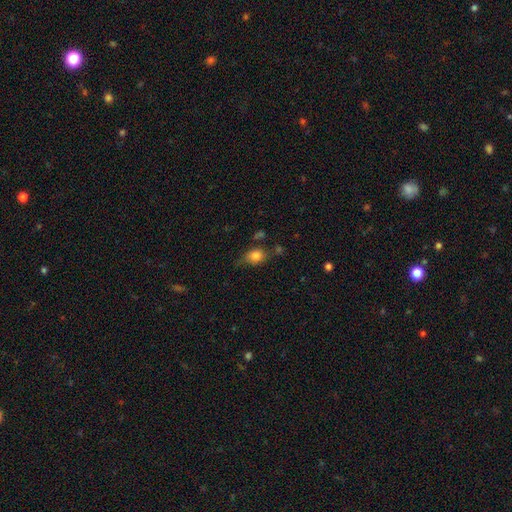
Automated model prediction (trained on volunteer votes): A smooth galaxy with no disk features (79%) that is in between round and cigar-shaped (61%).

Vote fractions:
- Smooth or featured? smooth: 79% / featured or disk: 11% / star or artifact: 10%
- How rounded? in between: 61% / round: 37% / cigar-shaped: 2%
- Merging? none: 59% / minor disturbance: 27% / major disturbance: 9% / merger: 6%